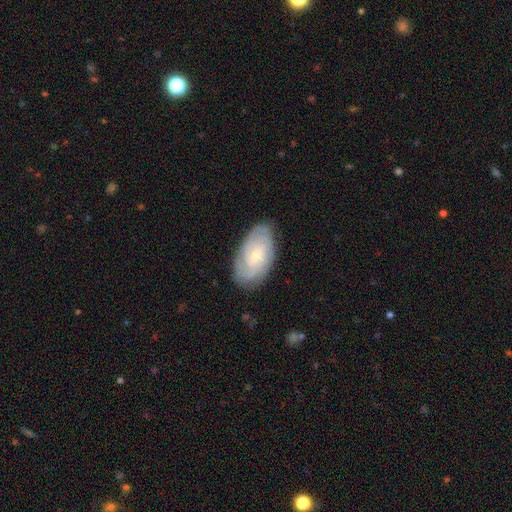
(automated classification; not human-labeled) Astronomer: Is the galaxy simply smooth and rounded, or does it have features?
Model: featured or disk — 68%.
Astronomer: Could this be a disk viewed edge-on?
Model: no — 95%.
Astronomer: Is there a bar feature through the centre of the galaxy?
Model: no — 66%.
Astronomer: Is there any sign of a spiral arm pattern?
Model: yes — 90%.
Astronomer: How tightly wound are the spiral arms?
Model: tight — 64%.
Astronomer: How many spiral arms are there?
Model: can't tell — 43% (runner-up: 2, 25%).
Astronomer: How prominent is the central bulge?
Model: small — 71%.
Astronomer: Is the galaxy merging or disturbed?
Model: none — 80%.